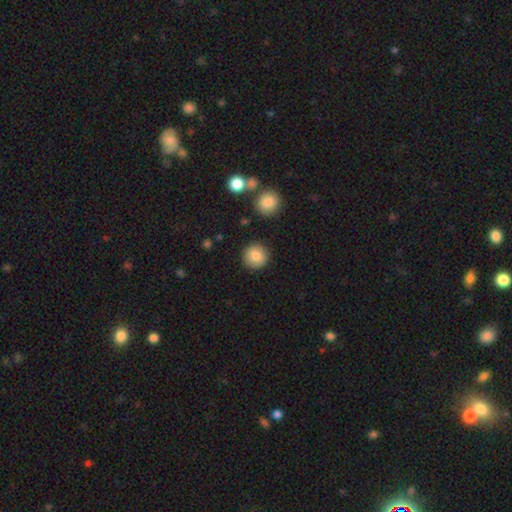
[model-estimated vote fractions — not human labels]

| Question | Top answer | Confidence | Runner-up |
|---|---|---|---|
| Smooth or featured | smooth | 84% | star or artifact (9%) |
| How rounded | round | 94% | in between (5%) |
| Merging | none | 90% | minor disturbance (6%) |